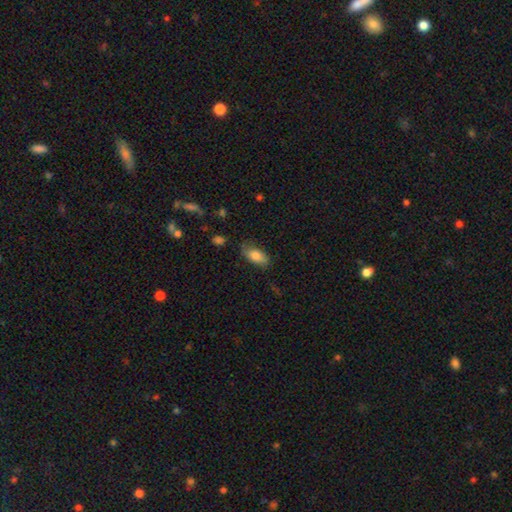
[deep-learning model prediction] This appears to be a smooth galaxy with no disk features (80%) that is in between round and cigar-shaped (90%). Merging: none (70%).